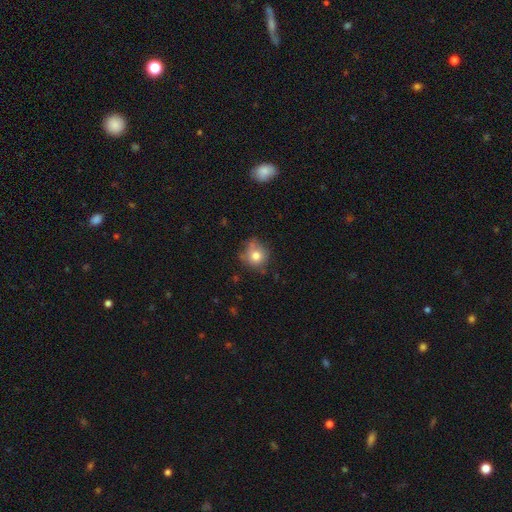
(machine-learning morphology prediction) A smooth galaxy with no disk features (77%) that is round (85%). Merging: none (64%).